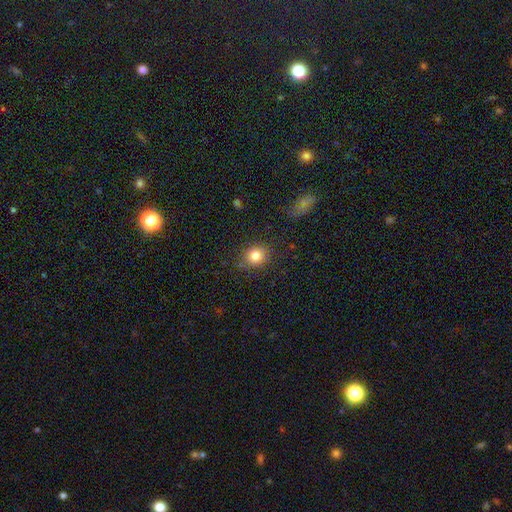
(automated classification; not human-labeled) Overall: smooth (82%). How rounded: round (74%). Merging: none (82%).